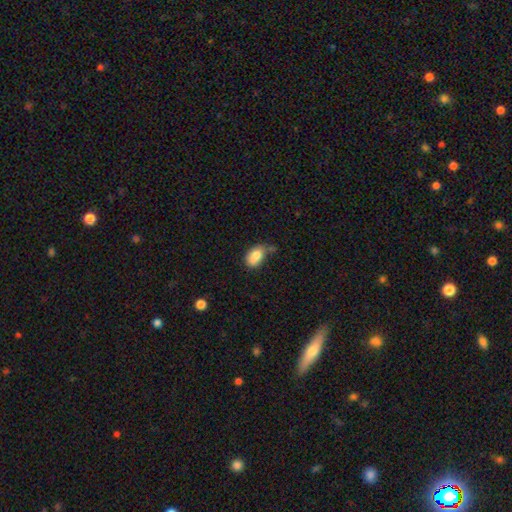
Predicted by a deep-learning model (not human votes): Q: Smooth or featured?
A: smooth (82%); runner-up: featured or disk (10%)
Q: How rounded?
A: in between (87%); runner-up: round (11%)
Q: Merging?
A: none (43%); runner-up: minor disturbance (34%)